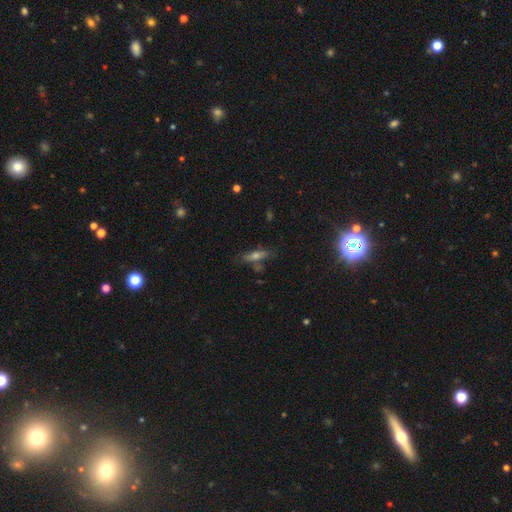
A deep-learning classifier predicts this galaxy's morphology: Smooth or featured: featured or disk — 41% (smooth — 40%)
Merging: none — 70% (minor disturbance — 17%)